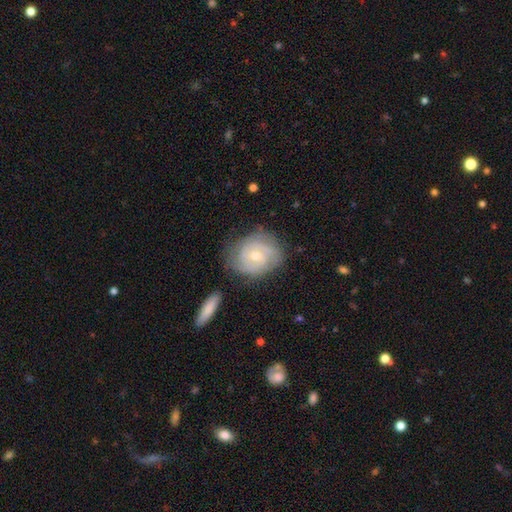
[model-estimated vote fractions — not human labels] featured or disk 75%, smooth 19%, star or artifact 6%. Down the decision tree: edge-on disk — no (97%); bar — no (66%); spiral arms — yes (91%); spiral arm count — can't tell (35%); spiral winding — tight (67%); bulge size — small (49%); merging — none (73%).